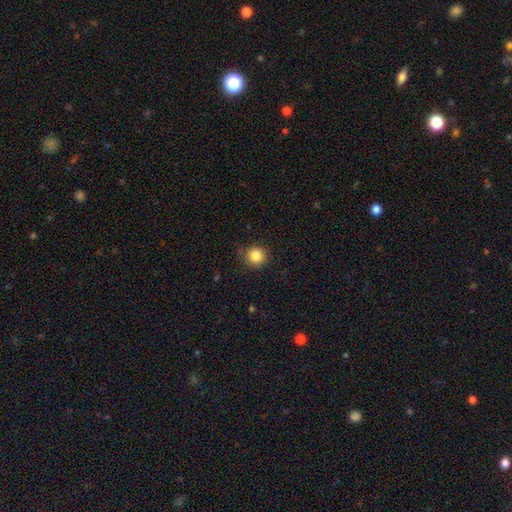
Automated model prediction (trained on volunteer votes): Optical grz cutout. It shows a smooth galaxy with no disk features (86%) that is round (93%). Merging: none (83%).